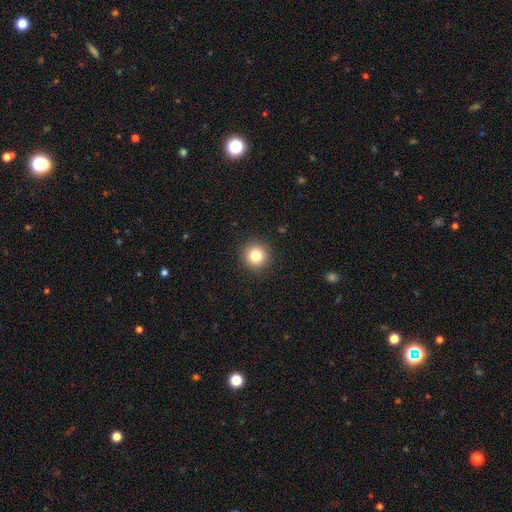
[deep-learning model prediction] smooth-or-featured: smooth: 82% | star or artifact: 11% | featured or disk: 7%
  how-rounded: round: 95% | in between: 4% | cigar-shaped: 1%
  merging: none: 92% | minor disturbance: 5% | major disturbance: 2% | merger: 1%